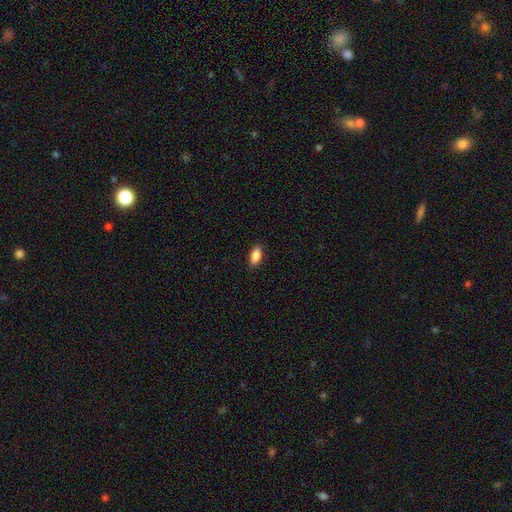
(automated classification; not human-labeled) Morphology: type=smooth (89%); roundness=in between (90%); merging=none (88%).